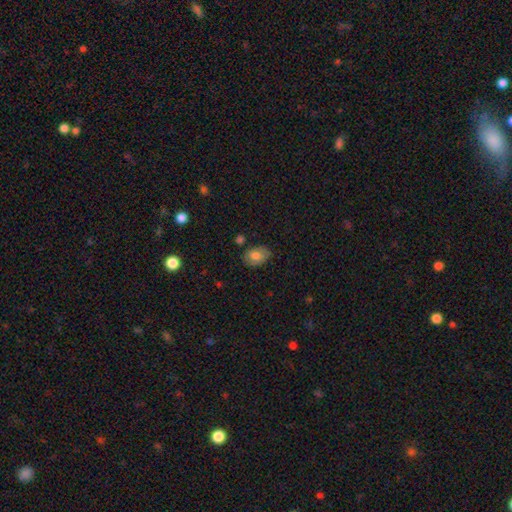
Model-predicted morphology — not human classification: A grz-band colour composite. It shows a smooth galaxy with no disk features (74%) that is in between round and cigar-shaped (81%). Merging: none (79%).